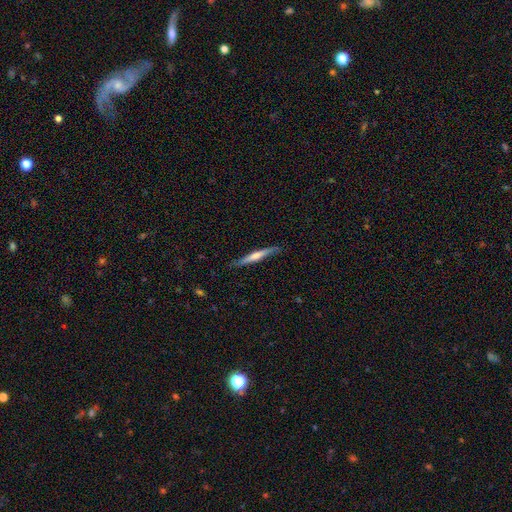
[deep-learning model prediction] smooth-or-featured: featured or disk: 58% | smooth: 36% | star or artifact: 6%
  disk-edge-on: yes: 96% | no: 4%
    edge-on-bulge: rounded: 63% | none: 23% | boxy: 14%
  merging: none: 86% | minor disturbance: 11% | major disturbance: 2% | merger: 1%